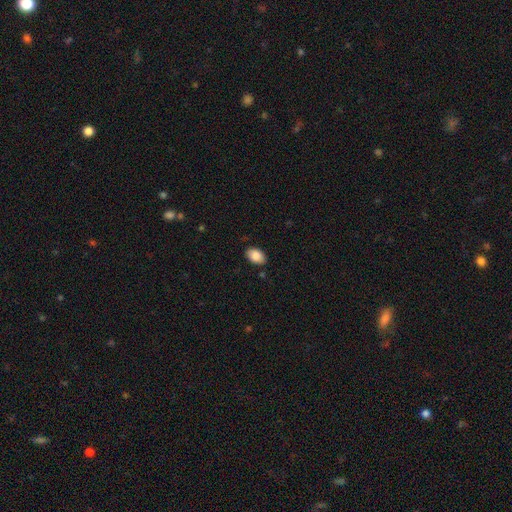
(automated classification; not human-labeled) The model was most divided on "merging": none: 86%, minor disturbance: 11%, major disturbance: 2%, merger: 1%. More confident: how rounded — in between (90%); smooth or featured — smooth (88%).